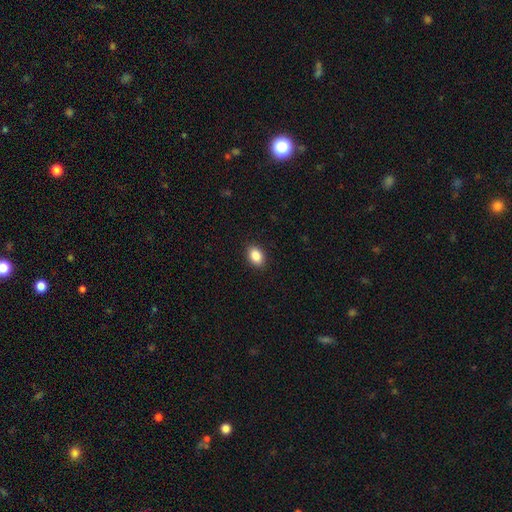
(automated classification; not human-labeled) Smooth or featured? Predicted: smooth (p=0.88). How rounded? Predicted: in between (p=0.83). Merging? Predicted: none (p=0.90).